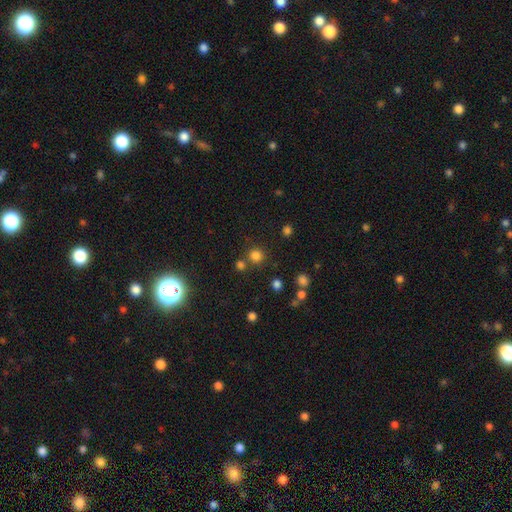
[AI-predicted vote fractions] This is likely a smooth galaxy (77%). How rounded: clearly round (92%). Merging: likely none (76%).